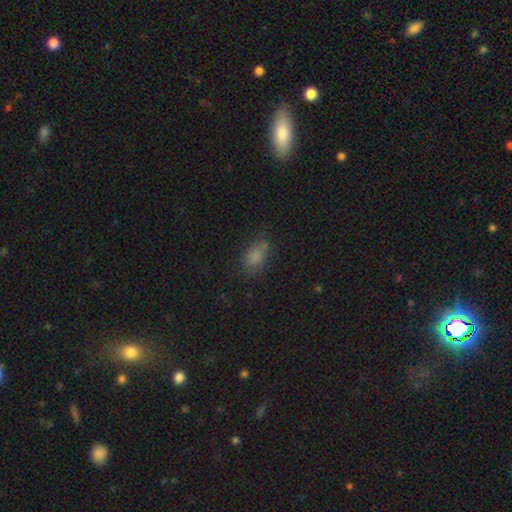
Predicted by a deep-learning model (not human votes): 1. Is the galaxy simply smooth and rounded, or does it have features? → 77% smooth, 14% star or artifact, 9% featured or disk.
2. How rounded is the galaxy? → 85% in between, 10% round, 5% cigar-shaped.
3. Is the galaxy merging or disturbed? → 65% none, 21% minor disturbance, 7% major disturbance, 6% merger.